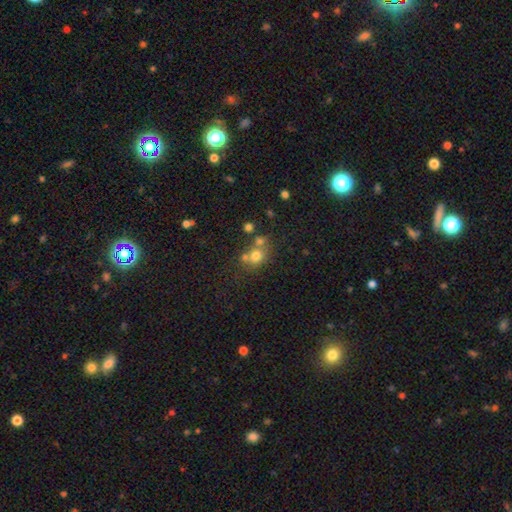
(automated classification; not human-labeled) Morphology: type=smooth (72%); roundness=round (75%); merging=none (53%).